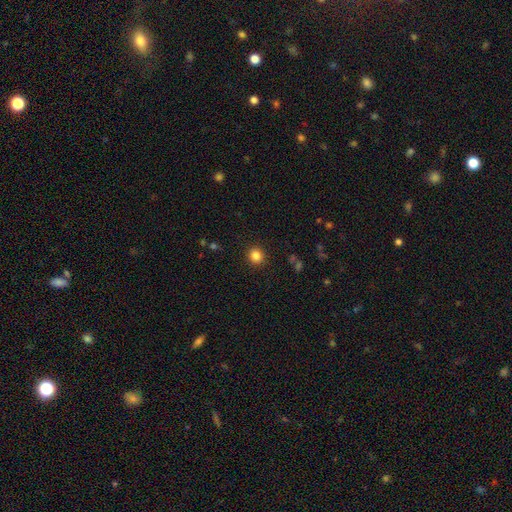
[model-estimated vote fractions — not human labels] Q: Smooth or featured?
A: smooth (84%); runner-up: star or artifact (12%)
Q: How rounded?
A: round (91%); runner-up: in between (8%)
Q: Merging?
A: none (91%); runner-up: minor disturbance (6%)